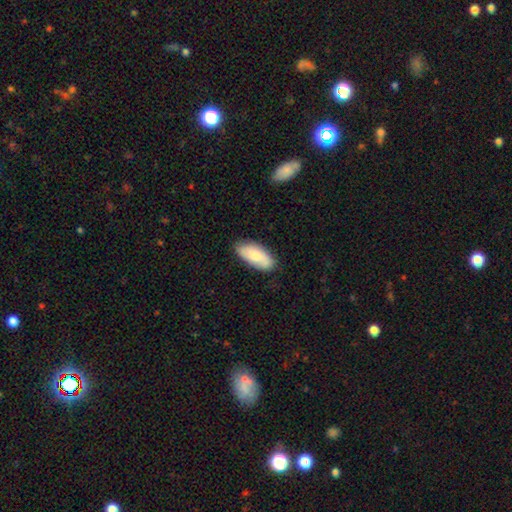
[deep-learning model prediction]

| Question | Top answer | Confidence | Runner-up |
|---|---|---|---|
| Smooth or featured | smooth | 73% | featured or disk (21%) |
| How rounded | in between | 90% | cigar-shaped (8%) |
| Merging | none | 80% | minor disturbance (16%) |